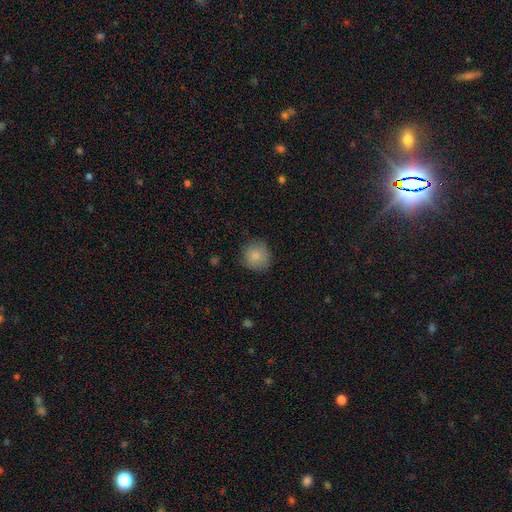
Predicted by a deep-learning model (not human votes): Morphology: type=smooth (84%); roundness=round (90%); merging=none (81%).